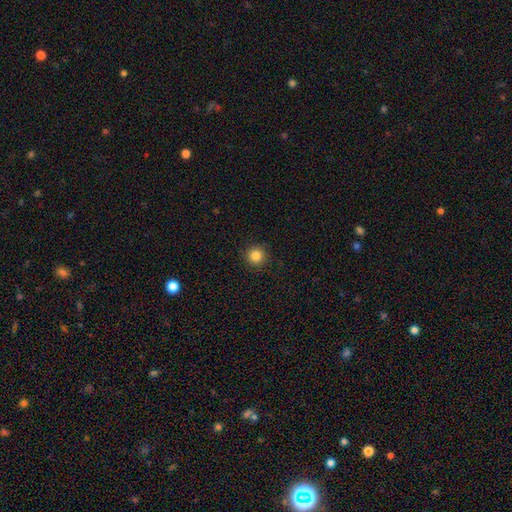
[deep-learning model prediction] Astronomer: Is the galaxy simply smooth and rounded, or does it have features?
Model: smooth — 85%.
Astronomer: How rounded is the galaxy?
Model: round — 95%.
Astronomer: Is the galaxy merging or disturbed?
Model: none — 92%.